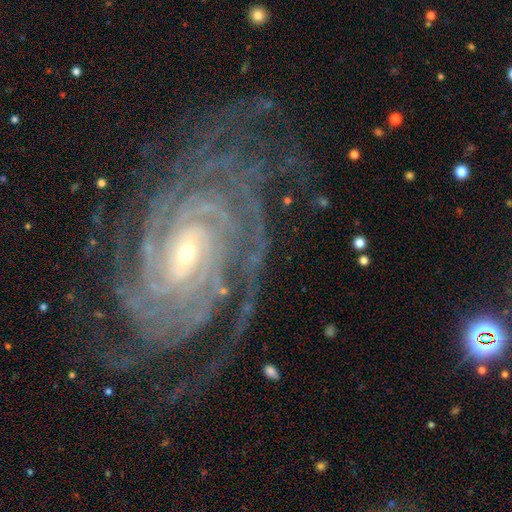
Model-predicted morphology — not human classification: This is clearly a featured or disk galaxy (91%). It is clearly not viewed edge-on (97%). Bar: possibly no (49%). Spiral arm pattern: clearly yes (99%). Spiral arm count: marginally more than 4 (23%). Spiral winding: likely tight (80%). Central bulge: likely small (69%). Merging: likely none (70%).